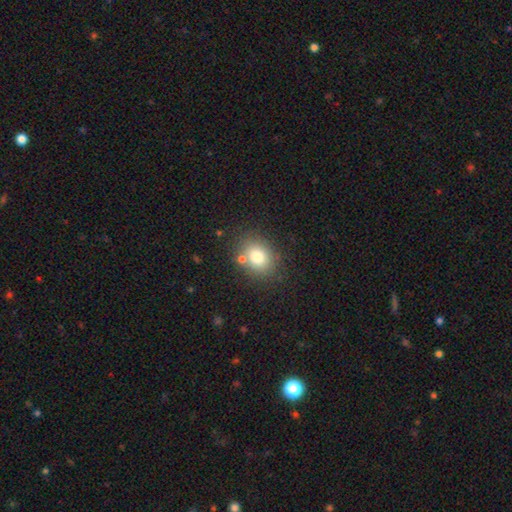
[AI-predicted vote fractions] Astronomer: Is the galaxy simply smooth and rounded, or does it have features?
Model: smooth — 78%.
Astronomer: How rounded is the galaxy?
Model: in between — 50%, tied with round at 50%.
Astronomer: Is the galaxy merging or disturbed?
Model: none — 75%.